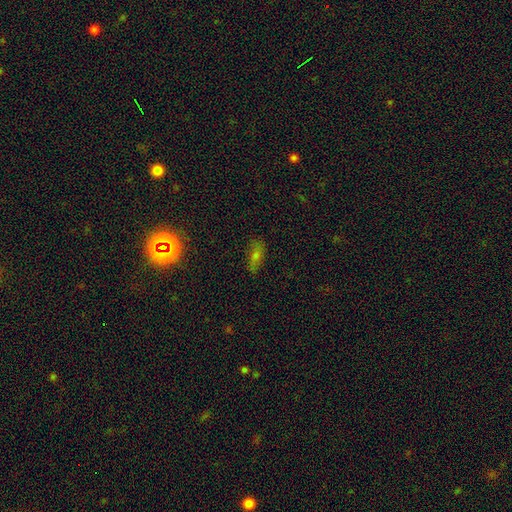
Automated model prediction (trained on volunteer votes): The model was most divided on "smooth or featured": smooth: 52%, star or artifact: 28%, featured or disk: 19%. More confident: merging — none (76%); how rounded — in between (75%).